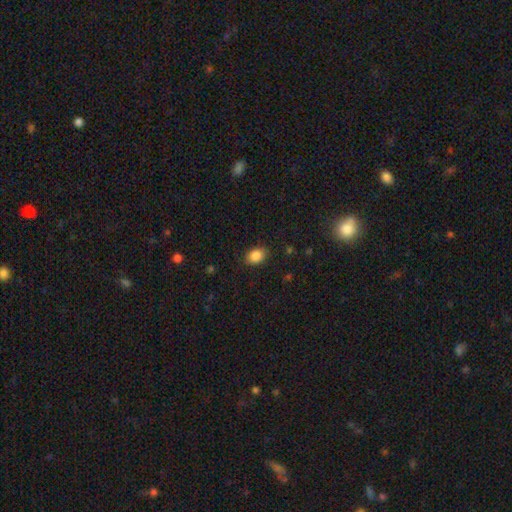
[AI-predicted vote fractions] Overall: smooth (86%). How rounded: in between (69%; round 30%). Merging: none (86%).